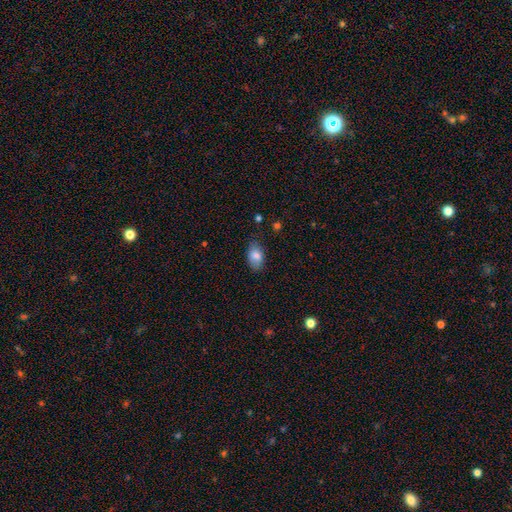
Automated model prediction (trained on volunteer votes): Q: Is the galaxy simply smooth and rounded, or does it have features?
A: smooth — 81%.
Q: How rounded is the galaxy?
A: in between — 90%.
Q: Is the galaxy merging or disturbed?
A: none — 76%.